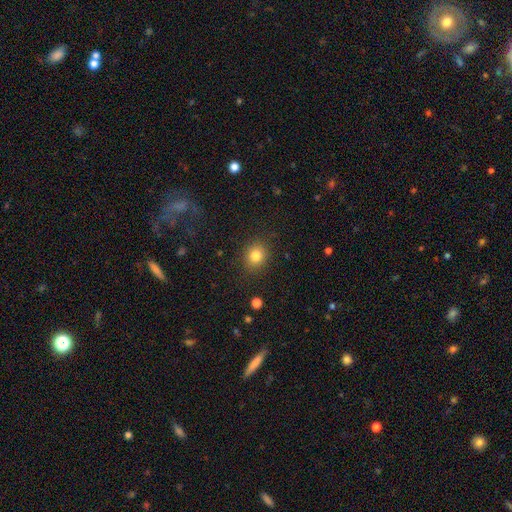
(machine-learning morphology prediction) type=smooth (83%); roundness=round (72%); merging=none (87%).